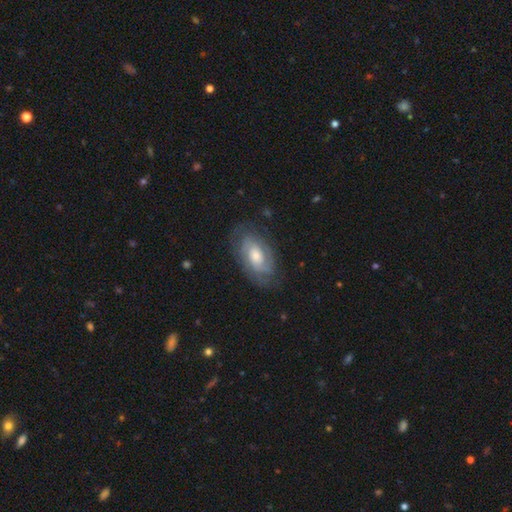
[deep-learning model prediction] featured or disk 77%, smooth 16%, star or artifact 6%. Down the decision tree: edge-on disk — no (95%); bar — no (62%); spiral arms — yes (91%); spiral arm count — 2 (55%); spiral winding — tight (61%); bulge size — moderate (59%); merging — none (76%).